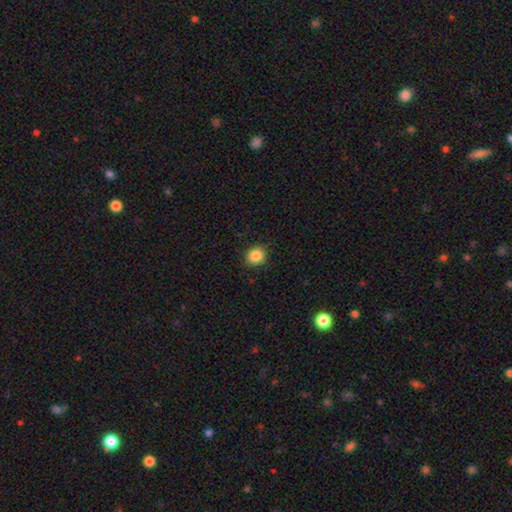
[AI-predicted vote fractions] Smooth or featured: smooth — 86% (star or artifact — 10%)
How rounded: round — 81% (in between — 18%)
Merging: none — 89% (minor disturbance — 8%)